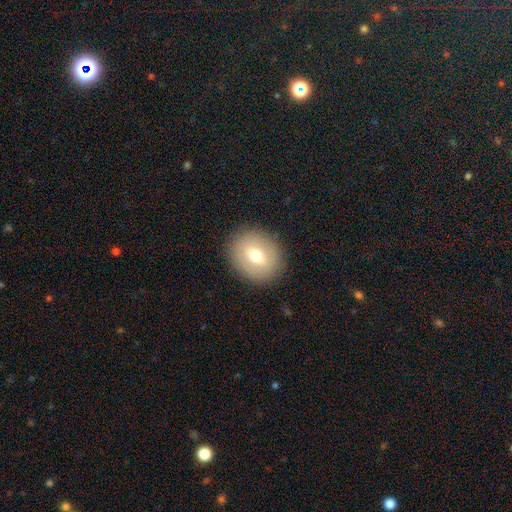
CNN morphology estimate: smooth 65%, featured or disk 26%, star or artifact 9%. Down the decision tree: how rounded — round (68%); merging — none (88%).